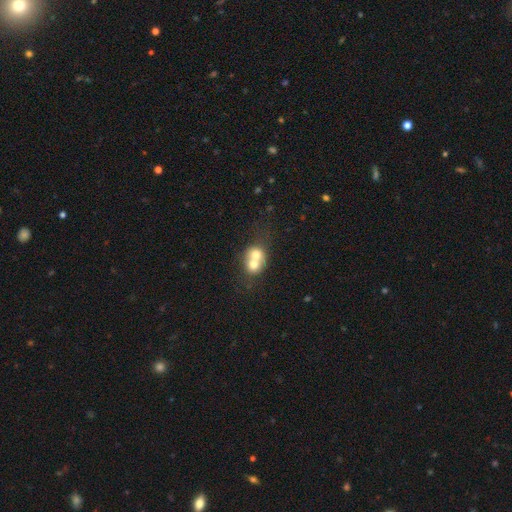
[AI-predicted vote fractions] smooth 66%, featured or disk 25%, star or artifact 9%. Down the decision tree: how rounded — round (69%); merging — merger (73%).